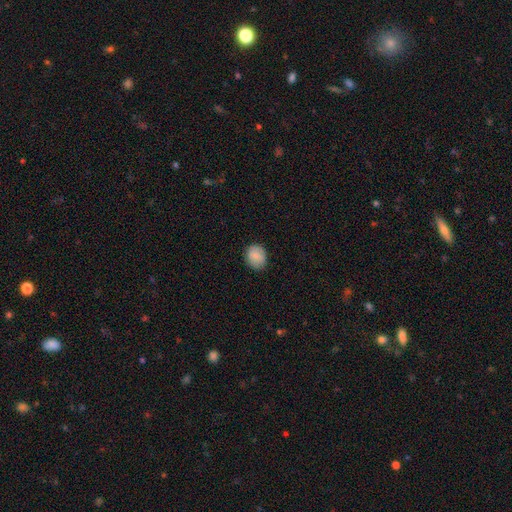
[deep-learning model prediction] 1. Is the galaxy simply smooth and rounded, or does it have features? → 86% smooth, 8% star or artifact, 7% featured or disk.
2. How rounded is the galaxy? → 65% round, 34% in between, 1% cigar-shaped.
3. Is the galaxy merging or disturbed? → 84% none, 13% minor disturbance, 2% major disturbance, 1% merger.